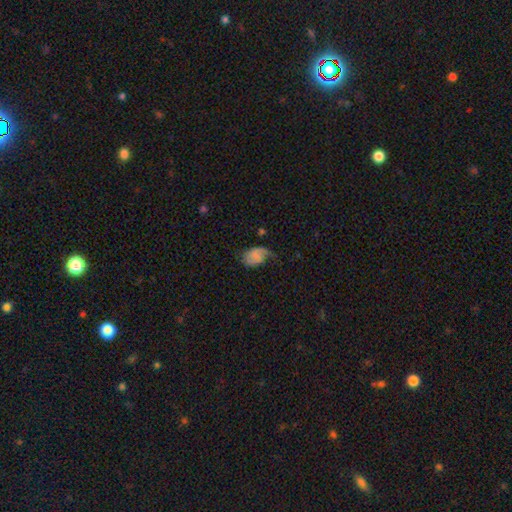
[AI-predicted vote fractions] Overall: featured or disk (46%; smooth 45%). Merging: none (36%; minor disturbance 33%).